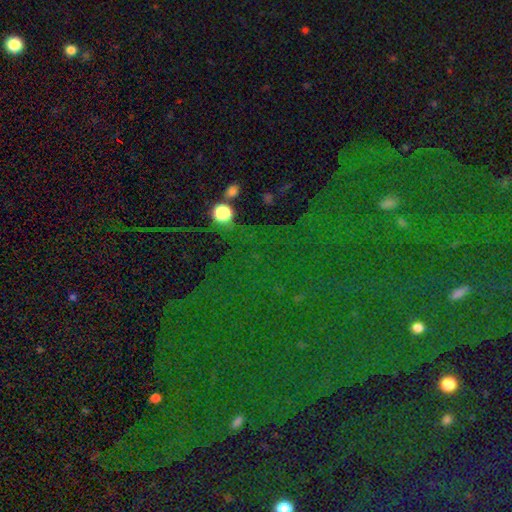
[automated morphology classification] Smooth or featured?
  - star or artifact: 80% *
  - smooth: 11%
  - featured or disk: 9%